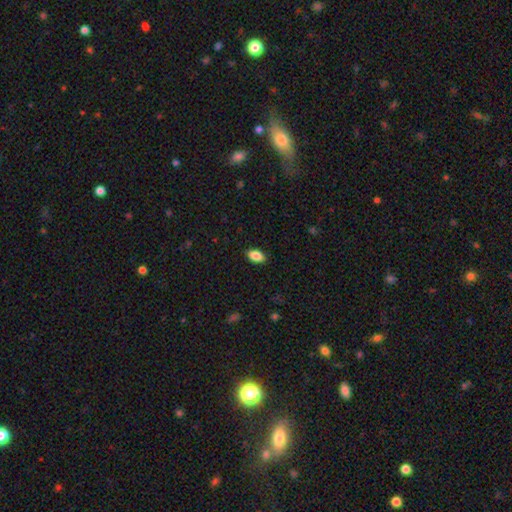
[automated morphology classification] Q: Smooth or featured?
A: smooth (87%); runner-up: star or artifact (7%)
Q: How rounded?
A: in between (92%); runner-up: round (5%)
Q: Merging?
A: none (89%); runner-up: minor disturbance (8%)